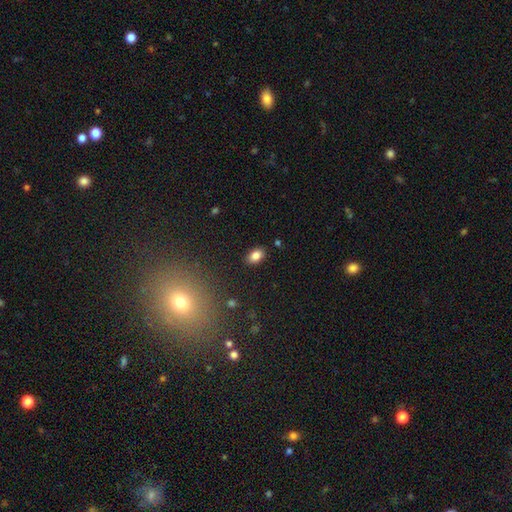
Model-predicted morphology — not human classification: The model was most divided on "how rounded": in between: 86%, round: 12%, cigar-shaped: 1%. More confident: merging — none (87%); smooth or featured — smooth (84%).